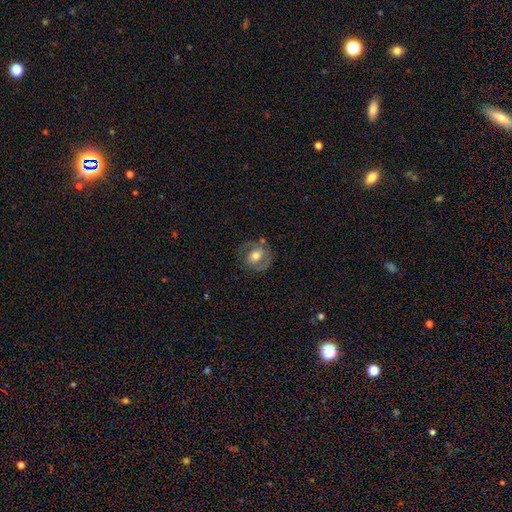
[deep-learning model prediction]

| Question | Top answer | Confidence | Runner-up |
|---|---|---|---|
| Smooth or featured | featured or disk | 52% | smooth (40%) |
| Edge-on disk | no | 96% | yes (4%) |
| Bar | no | 54% | weak (34%) |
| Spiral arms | yes | 68% | no (32%) |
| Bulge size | moderate | 71% | large (13%) |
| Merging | none | 66% | minor disturbance (20%) |